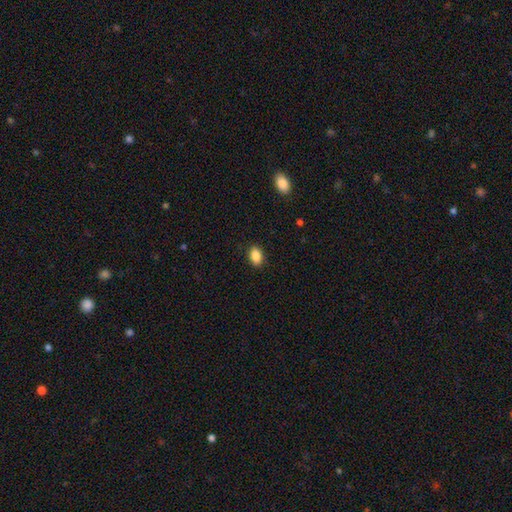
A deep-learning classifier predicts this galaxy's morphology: Smooth or featured? smooth (88%)
How rounded? in between (86%)
Merging? none (88%)